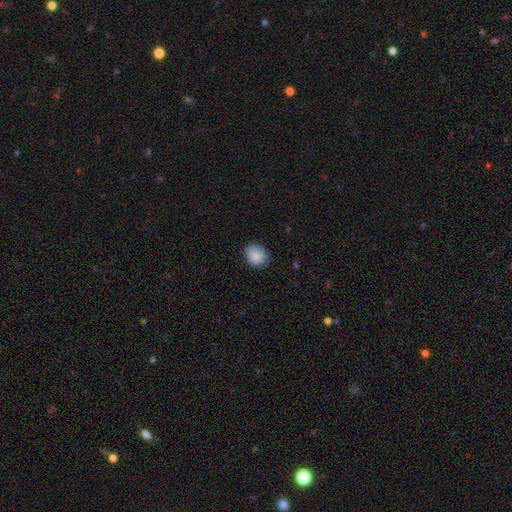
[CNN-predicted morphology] Smooth or featured? smooth (88%)
How rounded? round (65%)
Merging? none (84%)